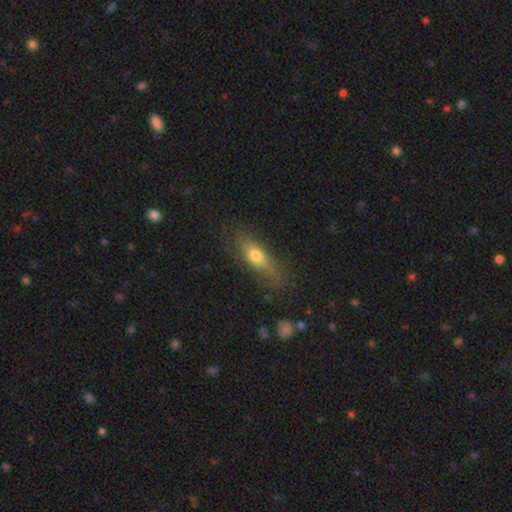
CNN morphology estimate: This is likely a smooth galaxy (64%). How rounded: possibly in between (52%). Merging: likely none (64%).